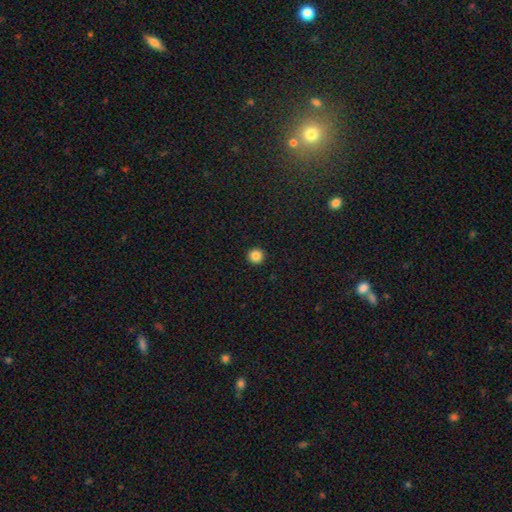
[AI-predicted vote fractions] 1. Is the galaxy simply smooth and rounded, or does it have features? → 85% smooth, 11% star or artifact, 4% featured or disk.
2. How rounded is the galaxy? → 96% round, 3% in between, 1% cigar-shaped.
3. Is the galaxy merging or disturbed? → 94% none, 4% minor disturbance, 1% major disturbance, 1% merger.